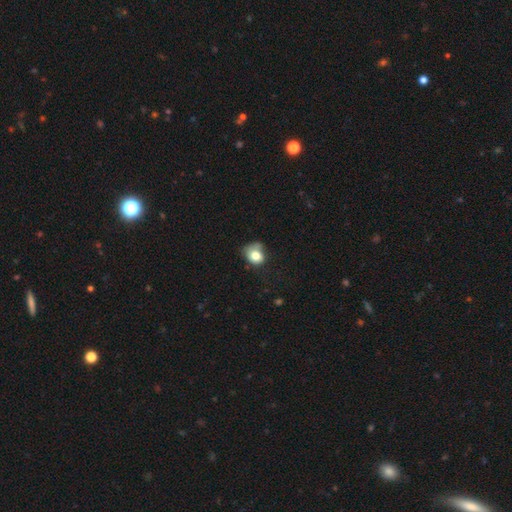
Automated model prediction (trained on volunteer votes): Smooth or featured: smooth — 77% (featured or disk — 13%)
How rounded: round — 60% (in between — 39%)
Merging: none — 38% (minor disturbance — 37%)